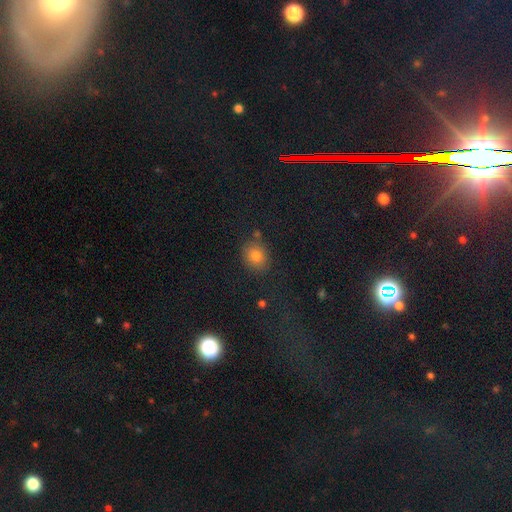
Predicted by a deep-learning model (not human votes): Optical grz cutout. It shows a smooth galaxy with no disk features (77%) that is round (60%). Merging: none (80%).